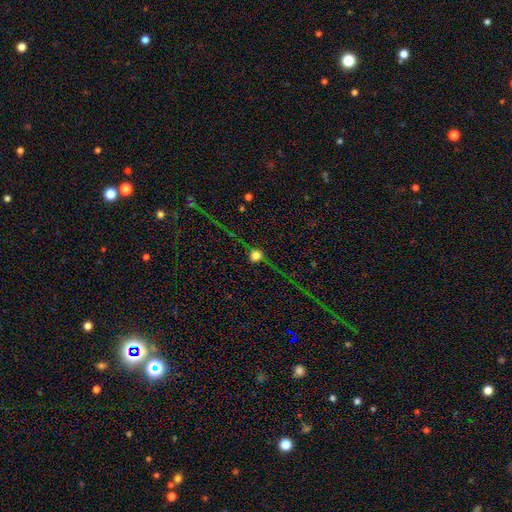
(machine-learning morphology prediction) This is likely a smooth galaxy (78%). How rounded: clearly round (91%). Merging: clearly none (85%).